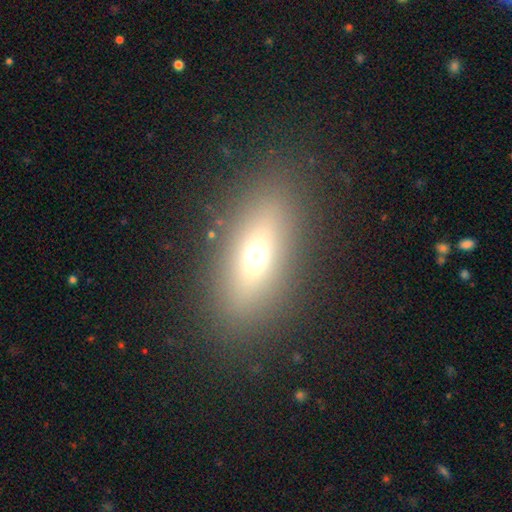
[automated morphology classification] A smooth galaxy with no disk features (60%) that is in between round and cigar-shaped (63%).

Vote fractions:
- Smooth or featured? smooth: 60% / featured or disk: 27% / star or artifact: 13%
- How rounded? in between: 63% / cigar-shaped: 30% / round: 6%
- Merging? none: 87% / minor disturbance: 8% / major disturbance: 4% / merger: 1%